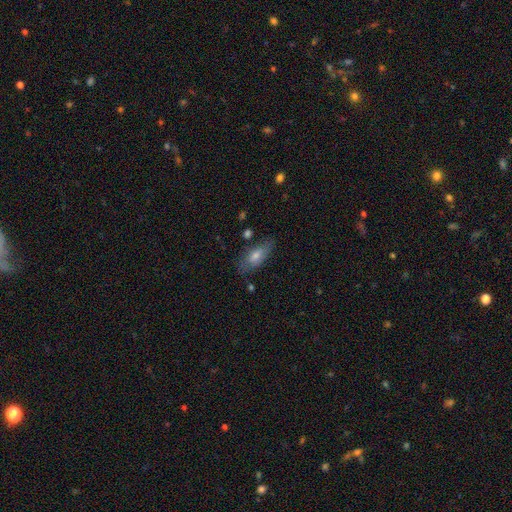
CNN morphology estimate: A smooth galaxy with no disk features (56%) that is in between round and cigar-shaped (73%). Merging: none (74%).